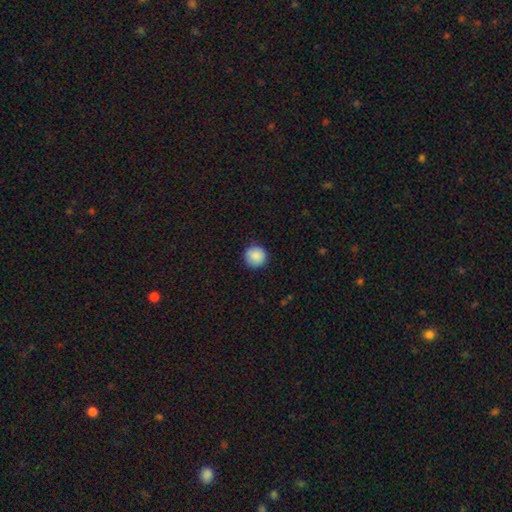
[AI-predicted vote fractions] This appears to be a smooth galaxy with no disk features (88%) that is round (95%). Merging: none (90%).